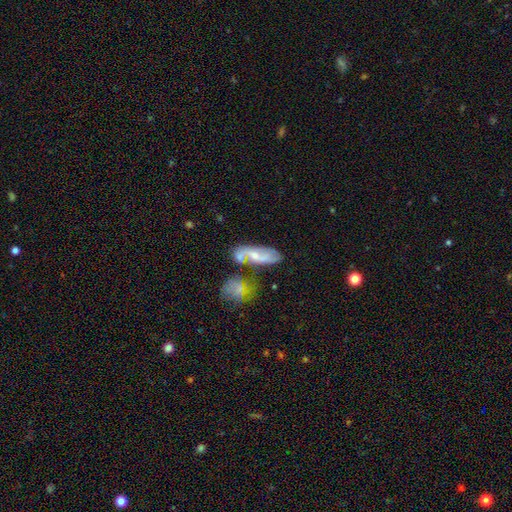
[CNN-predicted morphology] Smooth or featured? featured or disk (57%)
Edge-on disk? no (85%)
Merging? none (51%)